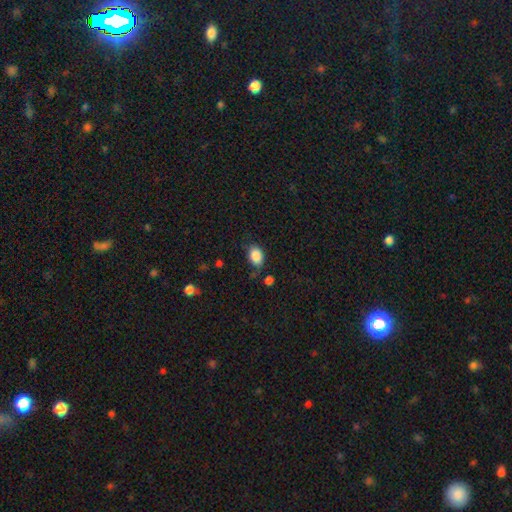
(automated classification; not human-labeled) The model was most divided on "merging": none: 67%, minor disturbance: 23%, major disturbance: 6%, merger: 4%. More confident: smooth or featured — smooth (88%); how rounded — in between (78%).